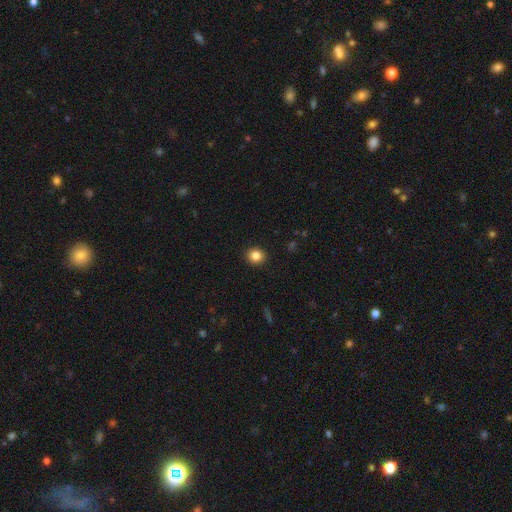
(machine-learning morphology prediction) Smooth or featured? smooth (84%)
How rounded? round (88%)
Merging? none (92%)